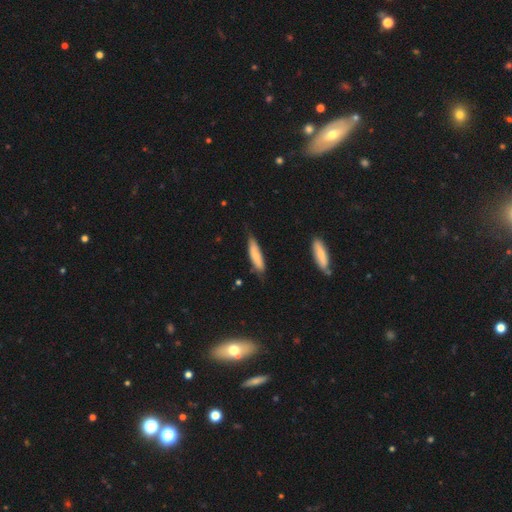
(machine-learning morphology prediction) Smooth or featured: smooth — 70% (featured or disk — 24%)
How rounded: cigar-shaped — 67% (in between — 31%)
Merging: none — 63% (minor disturbance — 29%)